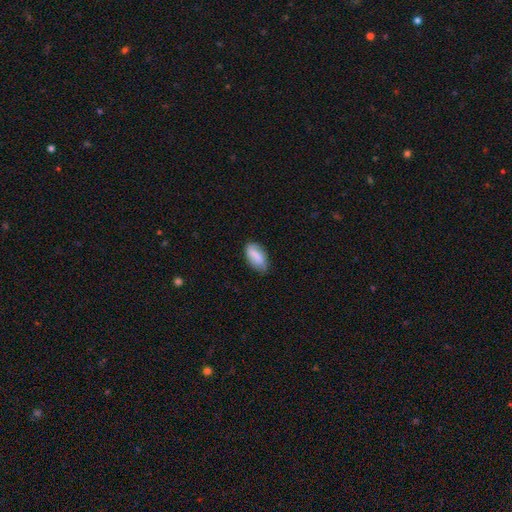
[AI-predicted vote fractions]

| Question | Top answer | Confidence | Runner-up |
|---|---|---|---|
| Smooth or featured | smooth | 78% | featured or disk (15%) |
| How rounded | in between | 91% | cigar-shaped (6%) |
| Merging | none | 71% | minor disturbance (23%) |